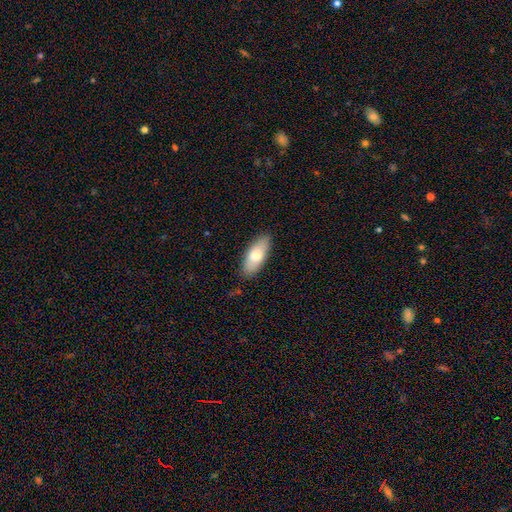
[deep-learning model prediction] The model was most divided on "smooth or featured": smooth: 73%, featured or disk: 21%, star or artifact: 6%. More confident: merging — none (86%); how rounded — in between (78%).